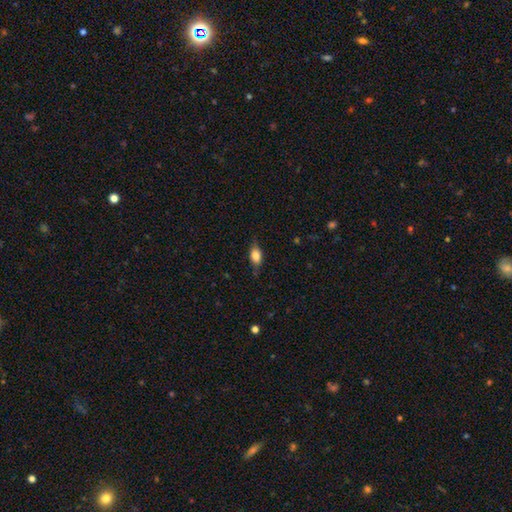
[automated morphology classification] Smooth or featured?
  - smooth: 78% *
  - featured or disk: 14%
  - star or artifact: 8%
How rounded?
  - in between: 83% *
  - round: 10%
  - cigar-shaped: 7%
Merging?
  - none: 74% *
  - minor disturbance: 21%
  - major disturbance: 5%
  - merger: 1%